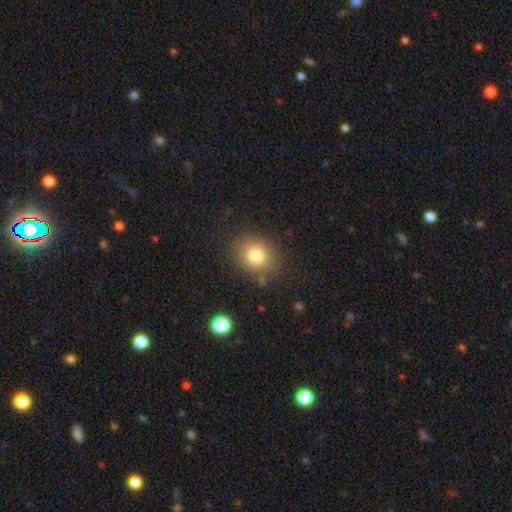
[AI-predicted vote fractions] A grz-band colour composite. It shows a smooth galaxy with no disk features (78%) that is round (71%). Merging: none (83%).